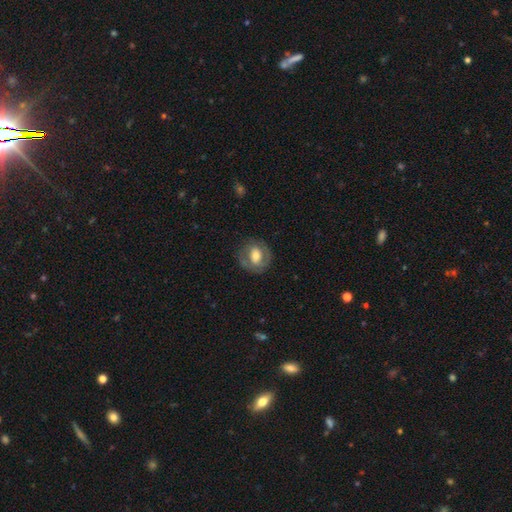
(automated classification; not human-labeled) Smooth or featured? featured or disk (47%)
Merging? none (71%)